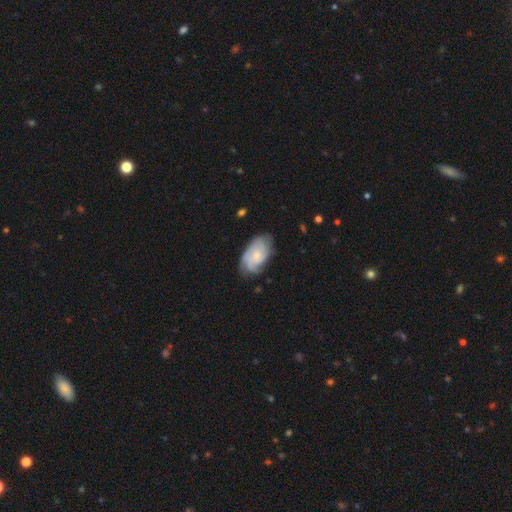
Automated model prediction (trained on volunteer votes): A featured or disk galaxy (59%) with no bar (74%), spiral arms (88%) and a small central bulge (57%). Merging: none (63%).